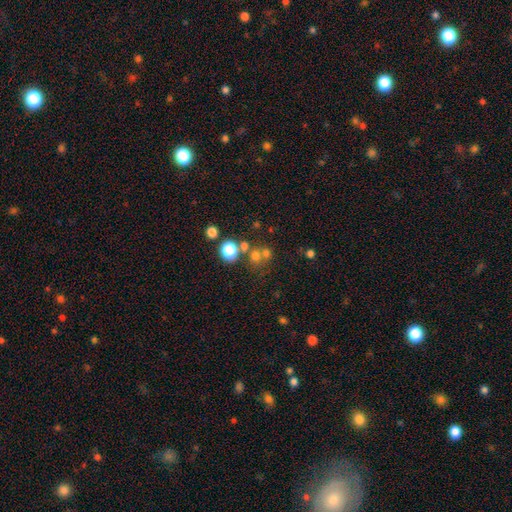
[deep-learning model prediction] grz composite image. It shows a smooth galaxy with no disk features (65%) that is round (85%). Merging: none (57%).